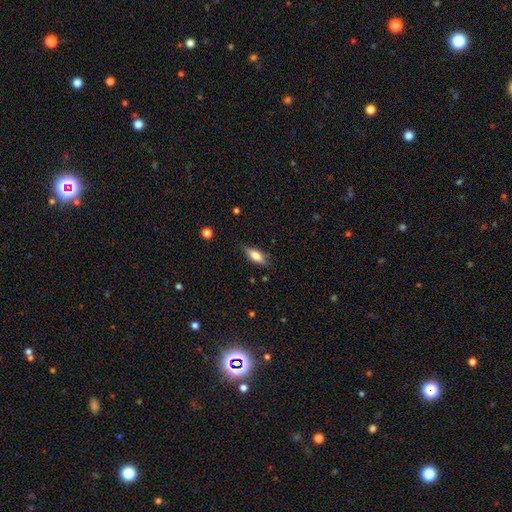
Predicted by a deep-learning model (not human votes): smooth 75%, featured or disk 18%, star or artifact 7%. Down the decision tree: how rounded — in between (73%); merging — none (76%).